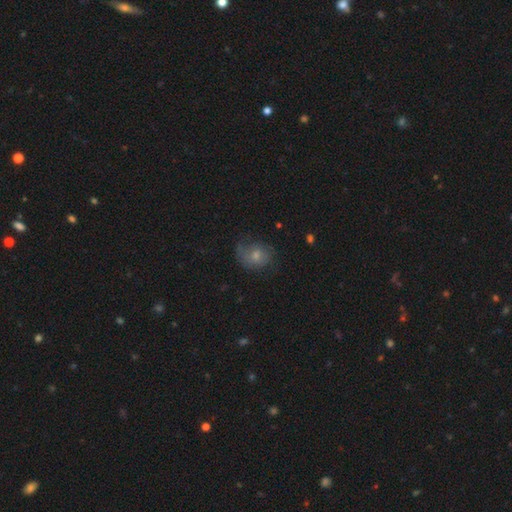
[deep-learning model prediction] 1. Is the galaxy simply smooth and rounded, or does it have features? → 54% smooth, 36% featured or disk, 10% star or artifact.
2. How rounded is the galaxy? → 57% round, 42% in between, 1% cigar-shaped.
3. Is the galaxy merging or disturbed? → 51% none, 28% minor disturbance, 20% major disturbance, 2% merger.